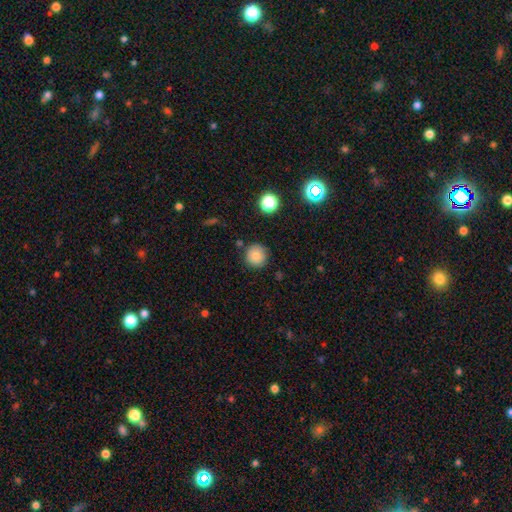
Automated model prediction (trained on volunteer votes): This is clearly a smooth galaxy (82%). How rounded: clearly round (95%). Merging: clearly none (87%).